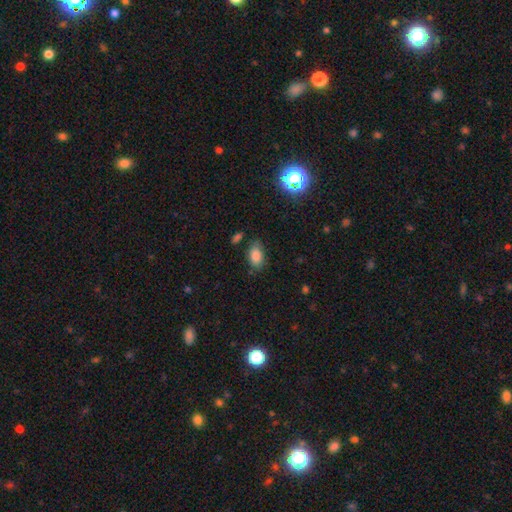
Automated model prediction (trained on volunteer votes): Smooth or featured? smooth (84%)
How rounded? in between (91%)
Merging? none (75%)